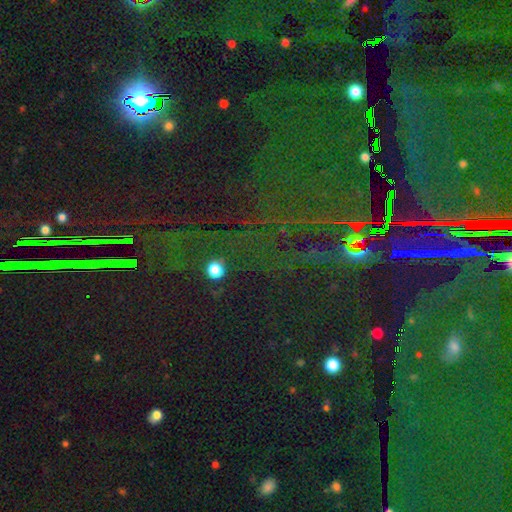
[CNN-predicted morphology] Smooth or featured?
  - star or artifact: 86% *
  - smooth: 8%
  - featured or disk: 6%